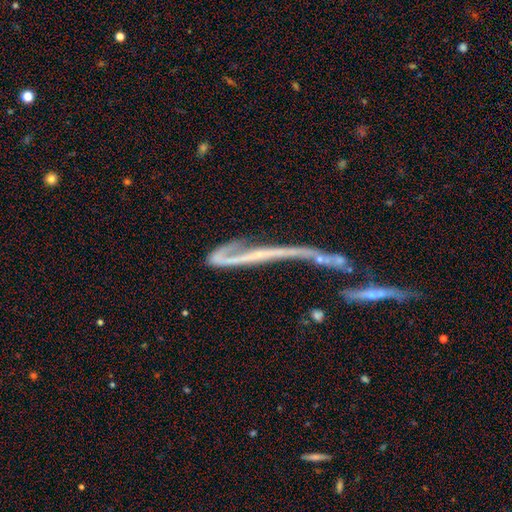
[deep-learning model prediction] The model was most divided on "merging": merger: 38%, major disturbance: 29%, none: 20%, minor disturbance: 12%. More confident: smooth or featured — featured or disk (66%); edge-on disk — no (56%).